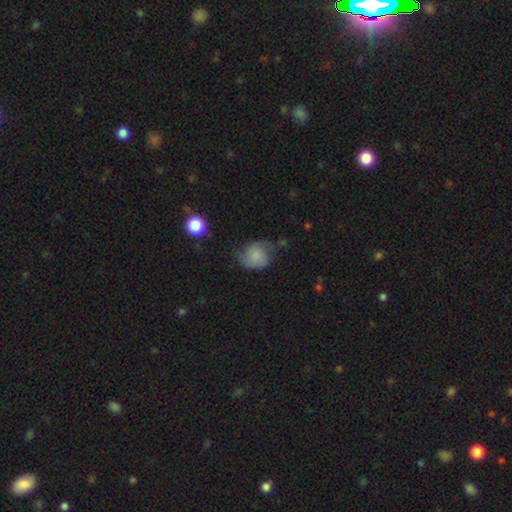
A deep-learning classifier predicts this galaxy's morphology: type=smooth (70%); roundness=round (68%); merging=none (50%).